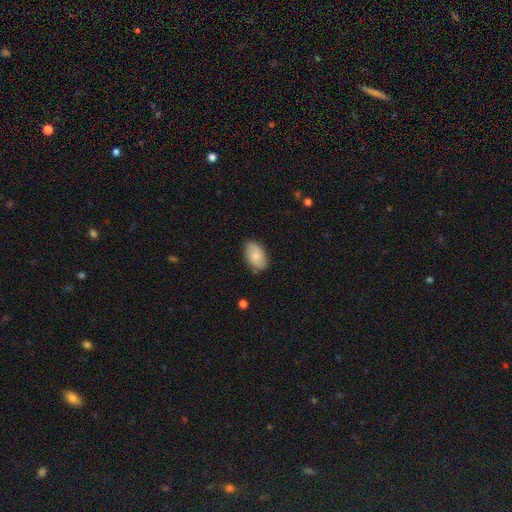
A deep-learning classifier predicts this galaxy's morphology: smooth-or-featured: smooth: 79% | featured or disk: 14% | star or artifact: 7%
  how-rounded: in between: 93% | round: 6% | cigar-shaped: 1%
  merging: none: 78% | minor disturbance: 18% | major disturbance: 3% | merger: 1%